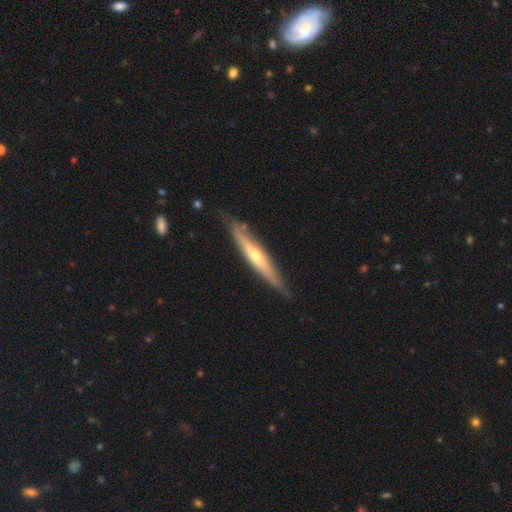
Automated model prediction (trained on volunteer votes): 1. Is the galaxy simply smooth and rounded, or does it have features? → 65% featured or disk, 29% smooth, 5% star or artifact.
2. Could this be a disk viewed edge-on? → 90% yes, 10% no.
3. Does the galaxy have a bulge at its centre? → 80% rounded, 16% none, 4% boxy.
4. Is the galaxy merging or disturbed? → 79% none, 16% minor disturbance, 3% major disturbance, 2% merger.